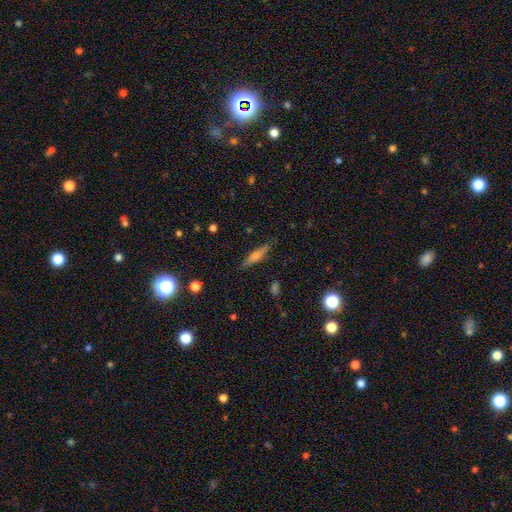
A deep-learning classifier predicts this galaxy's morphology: Smooth or featured? Predicted: featured or disk (p=0.49). Merging? Predicted: none (p=0.87).